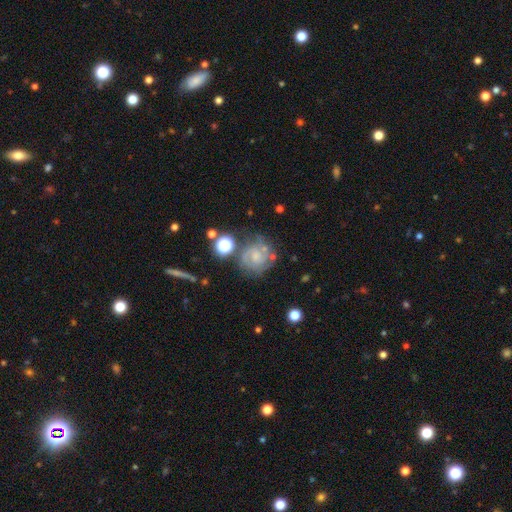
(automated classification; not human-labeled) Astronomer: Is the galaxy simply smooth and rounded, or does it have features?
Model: featured or disk — 69%.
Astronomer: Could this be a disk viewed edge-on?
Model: no — 97%.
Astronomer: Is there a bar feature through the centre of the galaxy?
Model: no — 66%.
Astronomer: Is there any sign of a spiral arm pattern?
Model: yes — 88%.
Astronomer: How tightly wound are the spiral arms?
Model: tight — 54% (runner-up: medium, 36%).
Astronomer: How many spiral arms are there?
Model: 2 — 58%.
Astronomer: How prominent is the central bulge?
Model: small — 40% (runner-up: moderate, 31%).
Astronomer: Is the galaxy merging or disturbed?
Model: none — 60%.